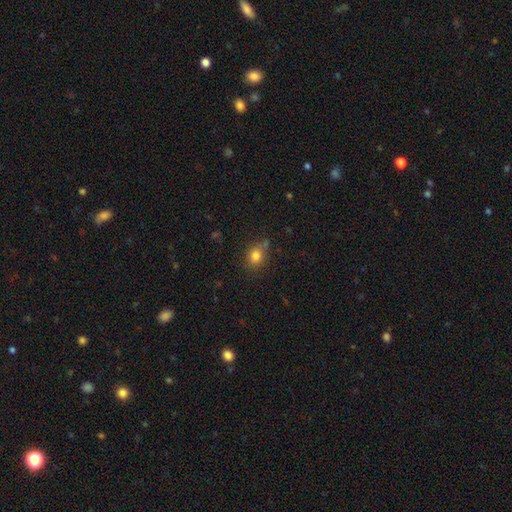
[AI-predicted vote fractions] This appears to be a smooth galaxy with no disk features (81%) that is round (58%). Merging: none (69%).